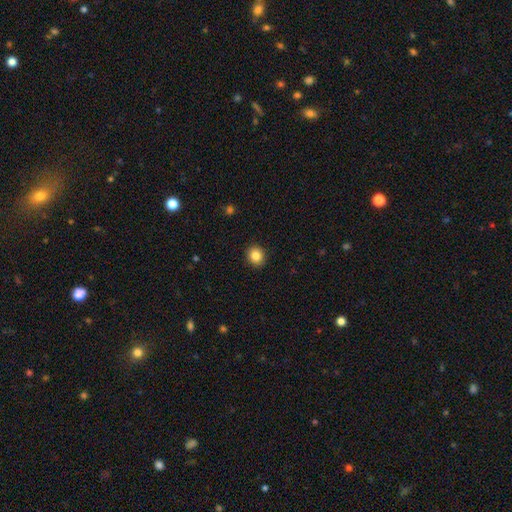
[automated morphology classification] smooth 84%, star or artifact 10%, featured or disk 6%. Down the decision tree: how rounded — round (82%); merging — none (92%).